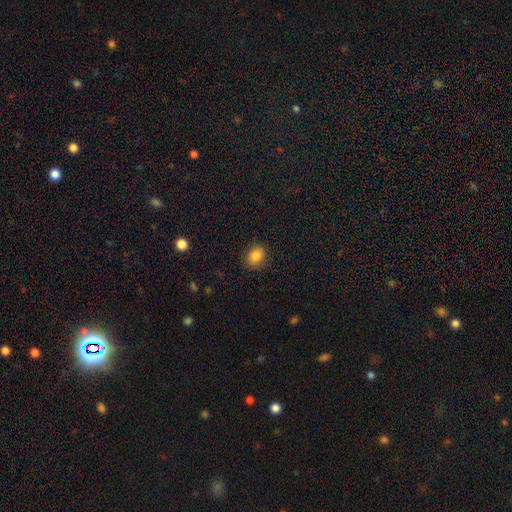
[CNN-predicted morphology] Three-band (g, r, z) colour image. It shows a smooth galaxy with no disk features (84%) that is in between round and cigar-shaped (54%). Merging: none (87%).